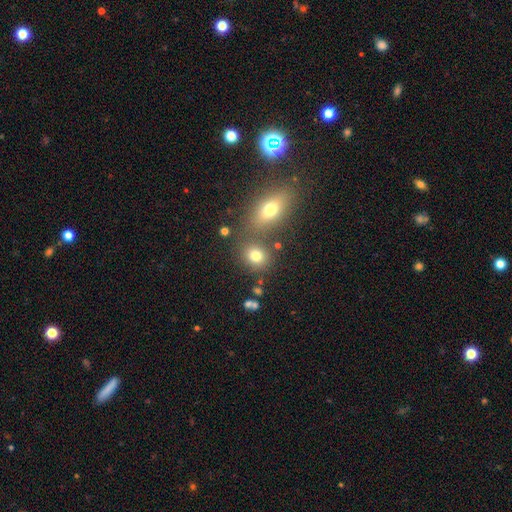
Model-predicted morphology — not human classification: A smooth galaxy with no disk features (76%) that is round (68%).

Vote fractions:
- Smooth or featured? smooth: 76% / star or artifact: 14% / featured or disk: 10%
- How rounded? round: 68% / in between: 31% / cigar-shaped: 2%
- Merging? none: 65% / merger: 22% / minor disturbance: 9% / major disturbance: 4%